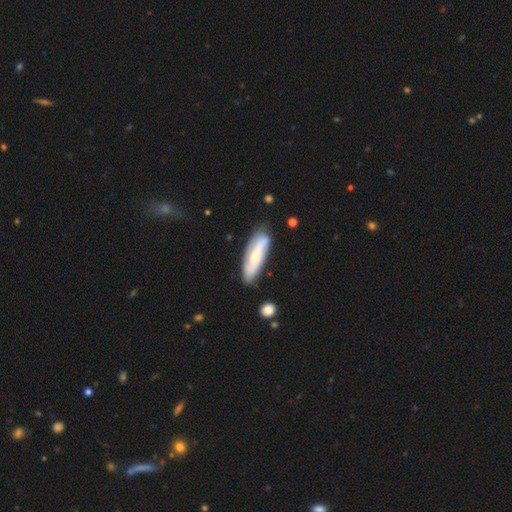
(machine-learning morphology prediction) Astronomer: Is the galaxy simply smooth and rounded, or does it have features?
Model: featured or disk — 49% (runner-up: smooth, 46%).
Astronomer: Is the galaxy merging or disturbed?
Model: none — 77%.